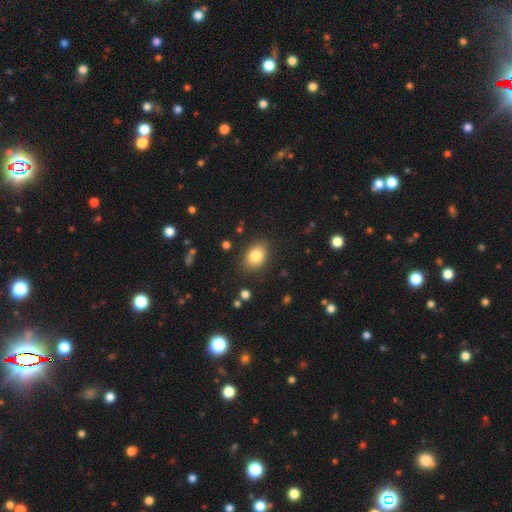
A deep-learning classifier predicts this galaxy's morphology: Smooth or featured? Predicted: smooth (p=0.83). How rounded? Predicted: in between (p=0.75). Merging? Predicted: none (p=0.84).